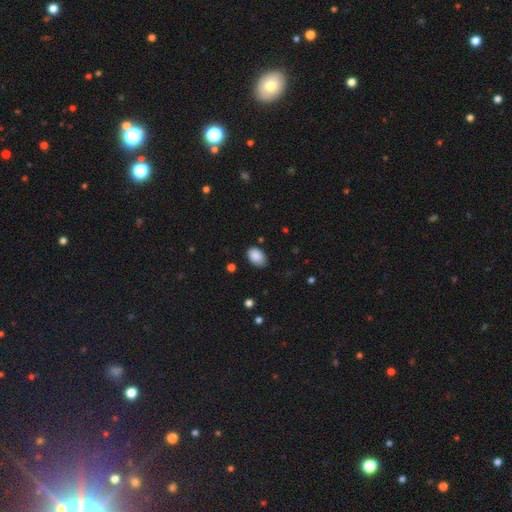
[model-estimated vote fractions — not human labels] Smooth or featured? Predicted: smooth (p=0.88). How rounded? Predicted: in between (p=0.84). Merging? Predicted: none (p=0.75).